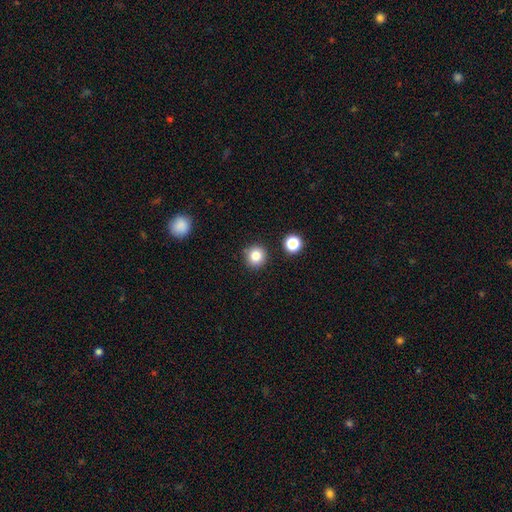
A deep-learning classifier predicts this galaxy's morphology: smooth_or_featured: smooth (p=0.82) [alt: star or artifact p=0.12]
how_rounded: round (p=0.93) [alt: in between p=0.06]
merging: none (p=0.88) [alt: minor disturbance p=0.07]